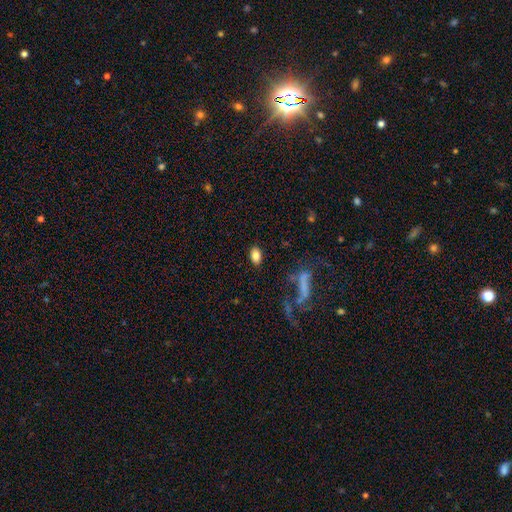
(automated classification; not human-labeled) A smooth galaxy with no disk features (84%) that is in between round and cigar-shaped (88%). Merging: none (86%).